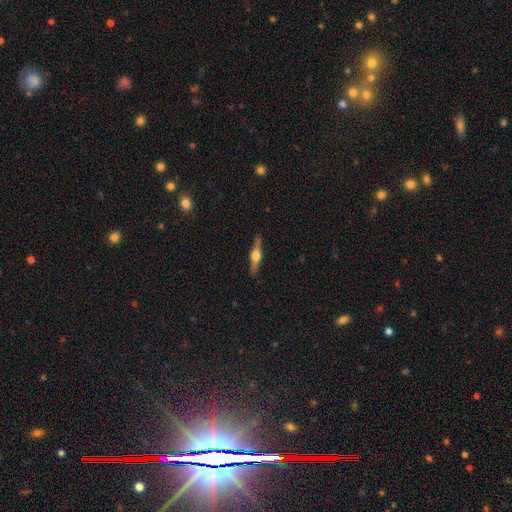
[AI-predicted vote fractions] Smooth or featured: featured or disk — 71% (smooth — 23%)
Edge-on disk: yes — 97% (no — 3%)
Edge-on bulge: rounded — 95% (boxy — 3%)
Merging: none — 90% (minor disturbance — 7%)